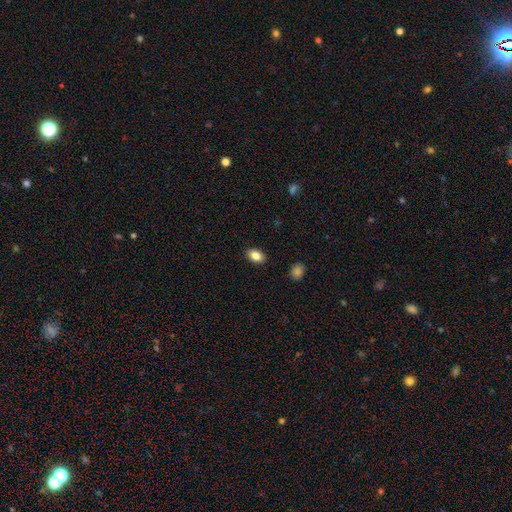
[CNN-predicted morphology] Q: Smooth or featured?
A: smooth (85%); runner-up: star or artifact (9%)
Q: How rounded?
A: in between (85%); runner-up: round (13%)
Q: Merging?
A: none (89%); runner-up: minor disturbance (8%)